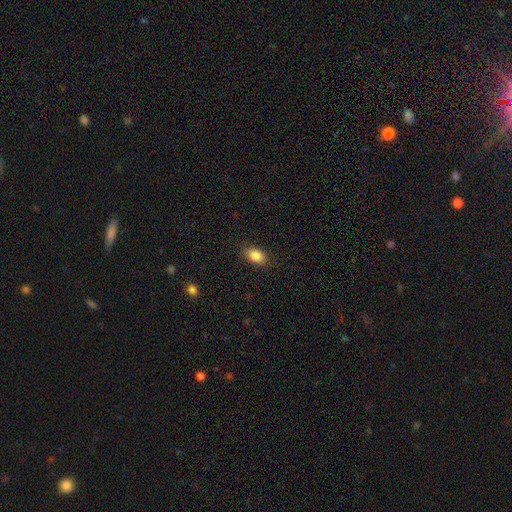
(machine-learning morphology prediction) Overall: smooth (87%). How rounded: in between (86%). Merging: none (86%).